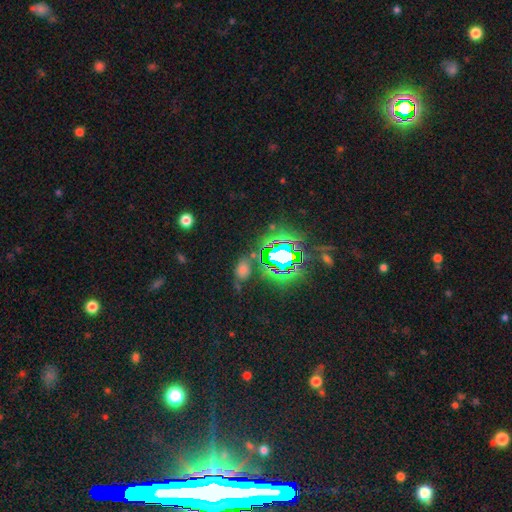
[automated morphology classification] Q: Smooth or featured?
A: star or artifact (68%); runner-up: smooth (21%)